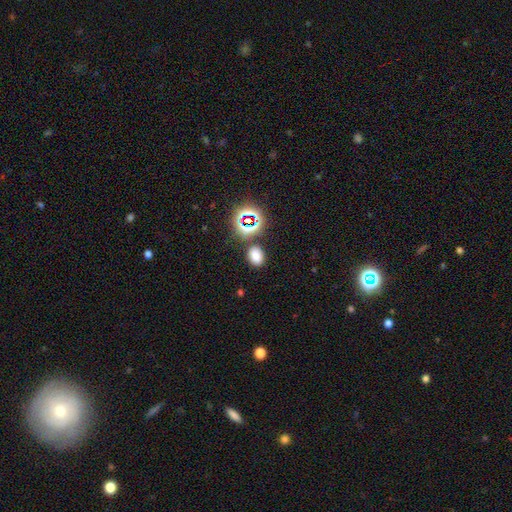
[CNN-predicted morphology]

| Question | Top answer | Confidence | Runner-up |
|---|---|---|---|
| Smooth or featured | smooth | 72% | star or artifact (22%) |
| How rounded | in between | 67% | round (32%) |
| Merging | none | 81% | minor disturbance (10%) |